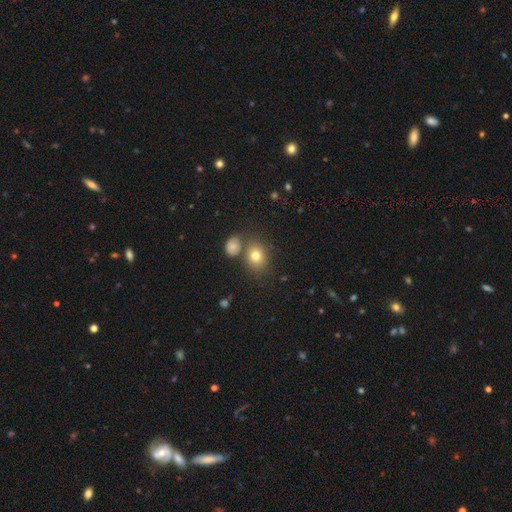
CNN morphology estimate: A smooth galaxy with no disk features (77%) that is round (55%).

Vote fractions:
- Smooth or featured? smooth: 77% / star or artifact: 12% / featured or disk: 11%
- How rounded? round: 55% / in between: 44% / cigar-shaped: 1%
- Merging? none: 66% / merger: 17% / minor disturbance: 12% / major disturbance: 4%